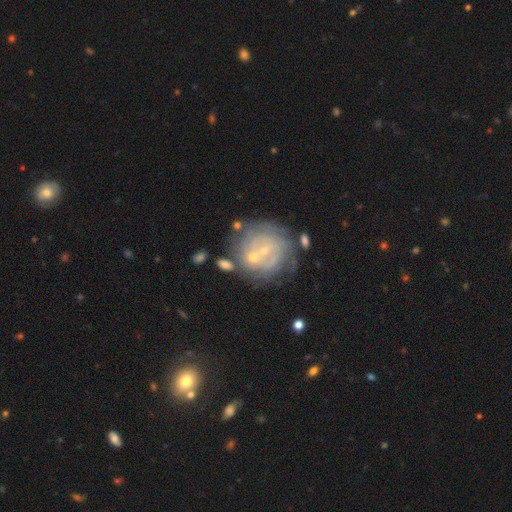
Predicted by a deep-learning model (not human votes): Q: Smooth or featured?
A: featured or disk (70%); runner-up: smooth (19%)
Q: Edge-on disk?
A: no (97%); runner-up: yes (3%)
Q: Bar?
A: no (59%); runner-up: weak (32%)
Q: Spiral arms?
A: yes (71%); runner-up: no (29%)
Q: Bulge size?
A: small (76%); runner-up: moderate (15%)
Q: Merging?
A: none (59%); runner-up: minor disturbance (18%)